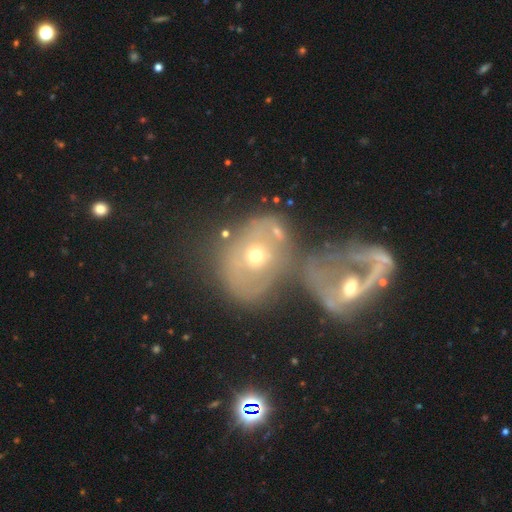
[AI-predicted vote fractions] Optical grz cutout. It shows a featured or disk galaxy (57%) with no bar (76%), spiral arms (53%) and a moderate central bulge (63%). Merging: merger (64%).